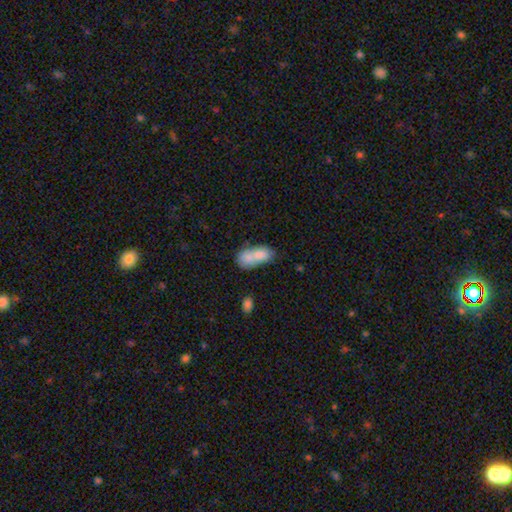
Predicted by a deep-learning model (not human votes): The model was most divided on "merging": merger: 63%, none: 22%, minor disturbance: 10%, major disturbance: 5%. More confident: how rounded — in between (84%); smooth or featured — smooth (76%).